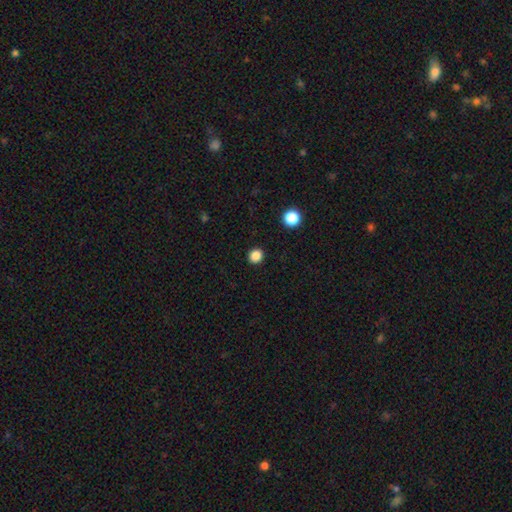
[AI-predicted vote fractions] A smooth galaxy with no disk features (85%) that is round (89%).

Vote fractions:
- Smooth or featured? smooth: 85% / star or artifact: 12% / featured or disk: 3%
- How rounded? round: 89% / in between: 10% / cigar-shaped: 1%
- Merging? none: 93% / minor disturbance: 5% / major disturbance: 2% / merger: 1%